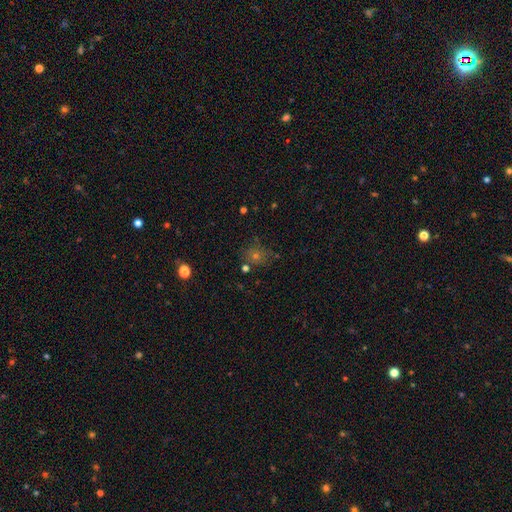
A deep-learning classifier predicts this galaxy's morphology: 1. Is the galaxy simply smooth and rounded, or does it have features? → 51% smooth, 34% star or artifact, 16% featured or disk.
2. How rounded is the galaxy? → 81% round, 18% in between, 1% cigar-shaped.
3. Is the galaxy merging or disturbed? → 75% none, 14% minor disturbance, 6% major disturbance, 6% merger.